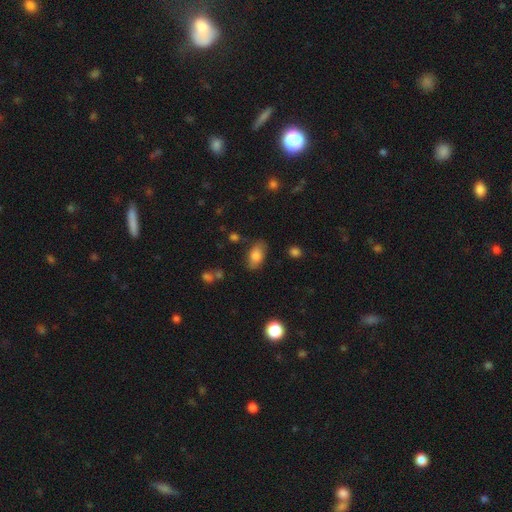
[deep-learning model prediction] Morphology: type=smooth (79%); roundness=in between (91%); merging=none (76%).